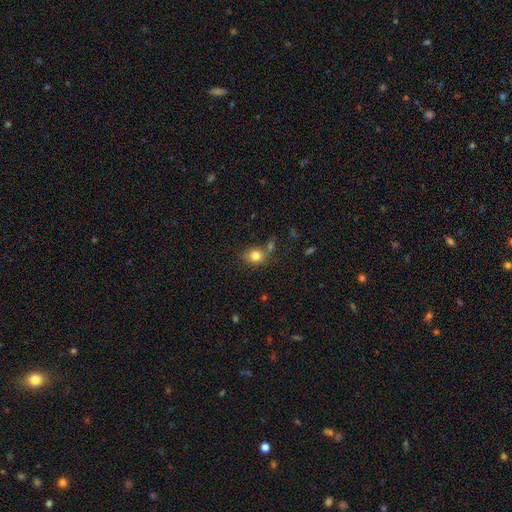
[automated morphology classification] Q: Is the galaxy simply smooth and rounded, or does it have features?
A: smooth — 81%.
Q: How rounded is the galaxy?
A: round — 65%.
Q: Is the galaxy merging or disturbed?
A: none — 67%.